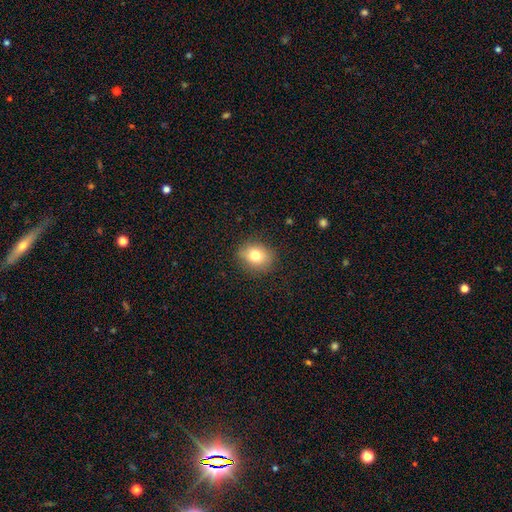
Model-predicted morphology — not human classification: A smooth galaxy with no disk features (77%) that is round (61%). Merging: none (86%).